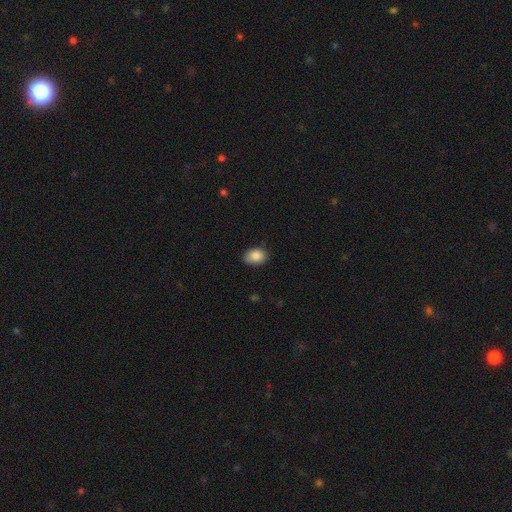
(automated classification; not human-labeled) Q: Smooth or featured?
A: smooth (87%); runner-up: star or artifact (7%)
Q: How rounded?
A: in between (76%); runner-up: round (23%)
Q: Merging?
A: none (82%); runner-up: minor disturbance (15%)